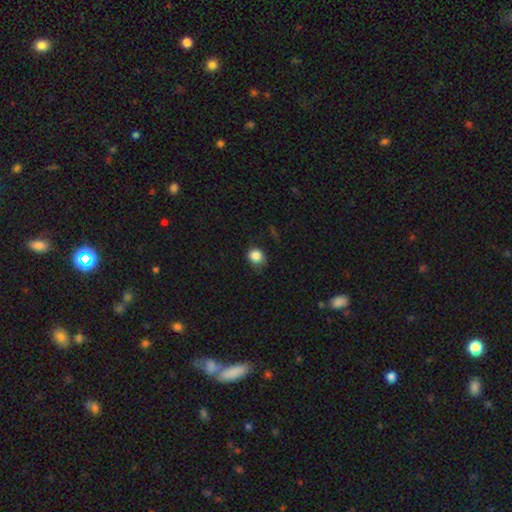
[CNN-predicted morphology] Smooth or featured?
  - smooth: 85% *
  - star or artifact: 10%
  - featured or disk: 4%
How rounded?
  - round: 79% *
  - in between: 20%
  - cigar-shaped: 1%
Merging?
  - none: 70% *
  - minor disturbance: 24%
  - major disturbance: 5%
  - merger: 1%